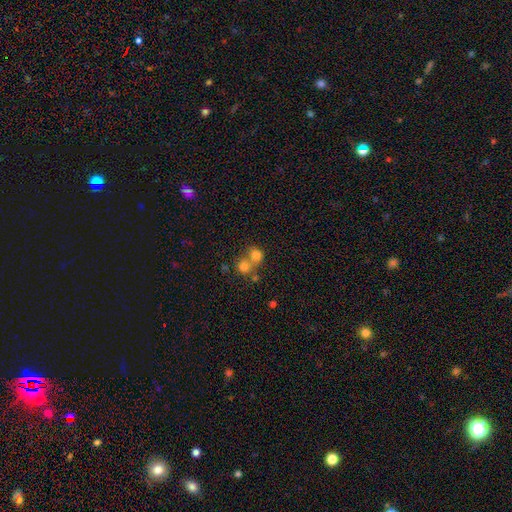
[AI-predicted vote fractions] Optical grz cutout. It shows a smooth galaxy with no disk features (75%) that is round (82%). Merging: merger (54%).